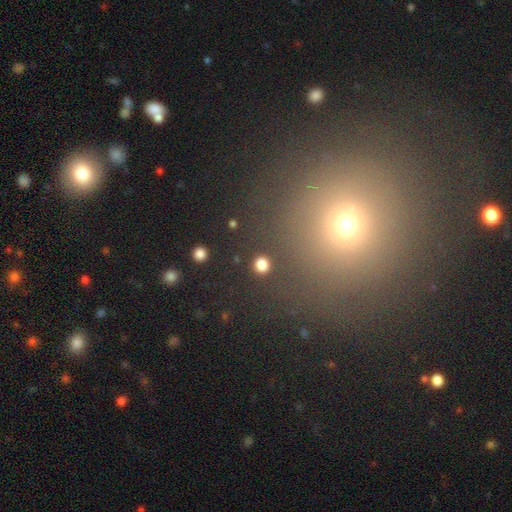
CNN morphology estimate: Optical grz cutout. It shows a smooth galaxy with no disk features (60%) that is round (93%). Merging: none (87%).